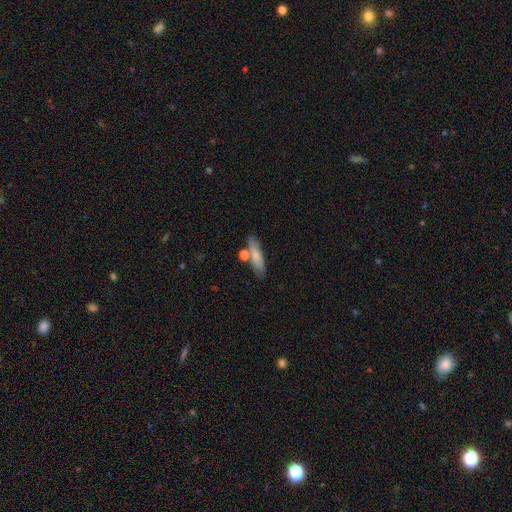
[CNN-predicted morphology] Smooth or featured? smooth (76%)
How rounded? cigar-shaped (62%)
Merging? none (67%)